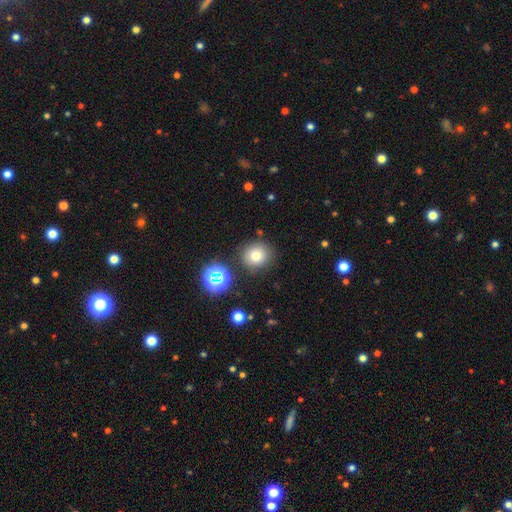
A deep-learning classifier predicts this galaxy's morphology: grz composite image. It shows a smooth galaxy with no disk features (71%) that is round (89%). Merging: none (84%).